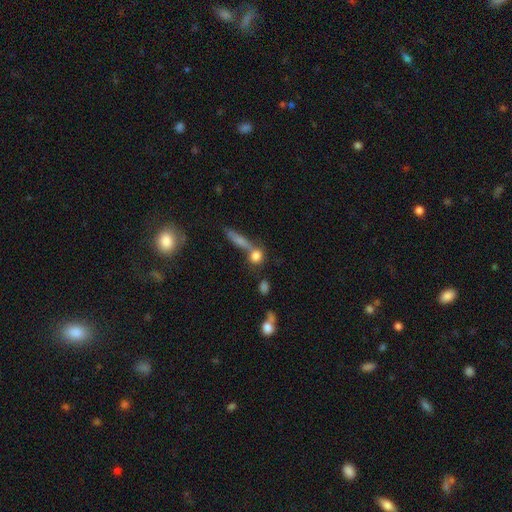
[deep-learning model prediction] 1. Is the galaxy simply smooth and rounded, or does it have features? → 76% smooth, 13% featured or disk, 11% star or artifact.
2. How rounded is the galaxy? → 56% round, 30% in between, 14% cigar-shaped.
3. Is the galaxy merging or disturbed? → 46% none, 37% merger, 11% minor disturbance, 6% major disturbance.